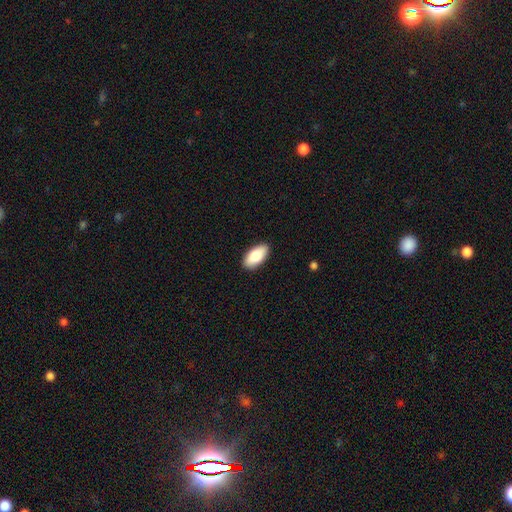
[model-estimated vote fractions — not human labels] The model was most divided on "smooth or featured": smooth: 82%, featured or disk: 11%, star or artifact: 6%. More confident: how rounded — in between (93%); merging — none (90%).